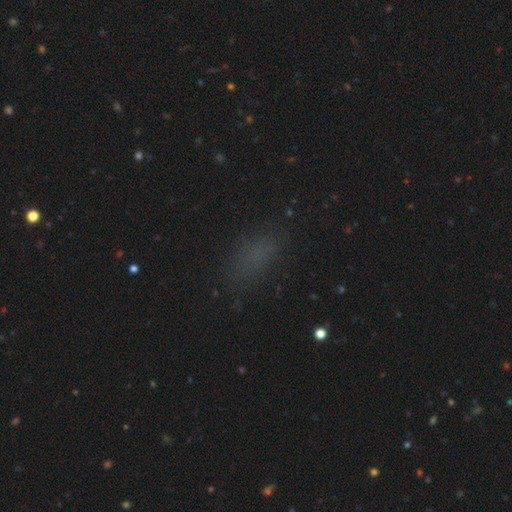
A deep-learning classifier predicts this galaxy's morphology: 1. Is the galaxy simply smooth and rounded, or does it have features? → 65% smooth, 26% star or artifact, 9% featured or disk.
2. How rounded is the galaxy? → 78% in between, 13% cigar-shaped, 9% round.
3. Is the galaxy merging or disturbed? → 77% none, 15% minor disturbance, 6% major disturbance, 2% merger.